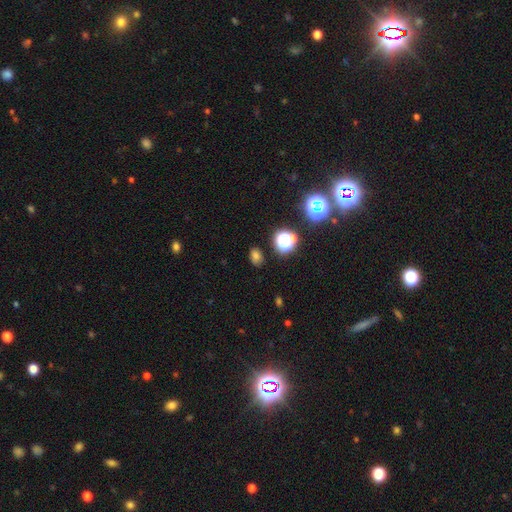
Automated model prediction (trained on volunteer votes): This is likely a smooth galaxy (69%). How rounded: likely in between (69%). Merging: clearly none (83%).